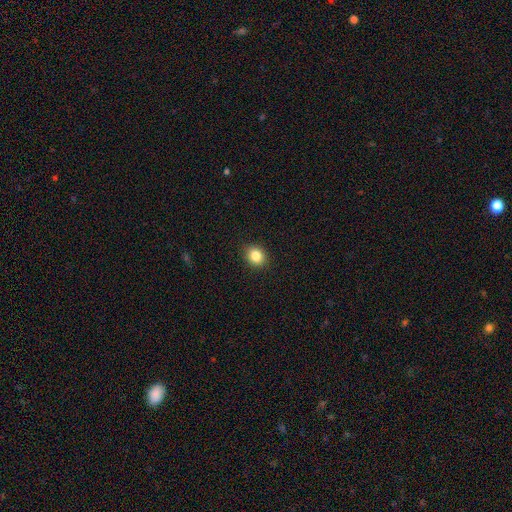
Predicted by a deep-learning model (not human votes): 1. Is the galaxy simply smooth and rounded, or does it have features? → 84% smooth, 10% star or artifact, 6% featured or disk.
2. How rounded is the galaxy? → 61% round, 38% in between, 1% cigar-shaped.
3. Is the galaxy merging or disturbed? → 90% none, 7% minor disturbance, 2% major disturbance, 1% merger.